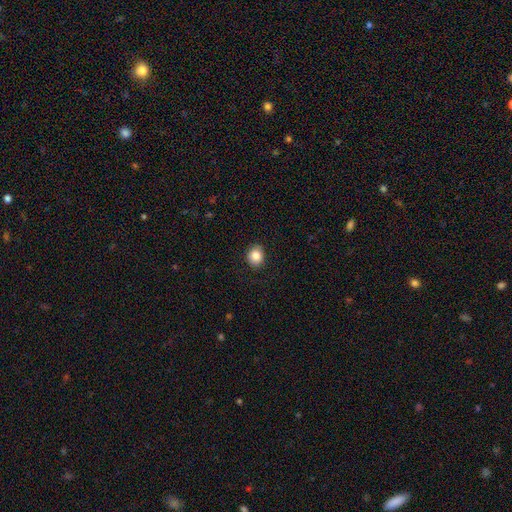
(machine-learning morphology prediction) smooth_or_featured: smooth (p=0.85) [alt: star or artifact p=0.09]
how_rounded: round (p=0.64) [alt: in between p=0.35]
merging: none (p=0.88) [alt: minor disturbance p=0.09]